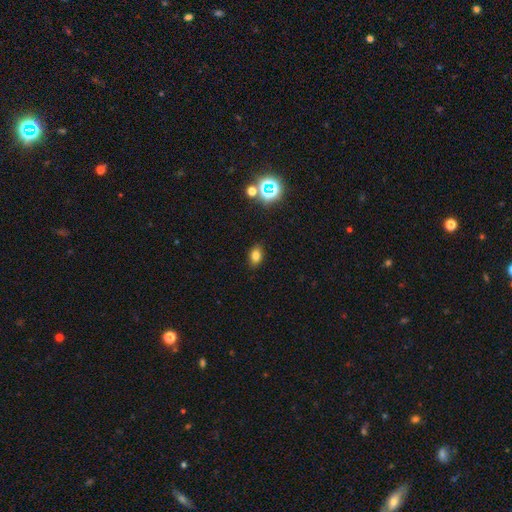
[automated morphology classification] The model was most divided on "how rounded": in between: 78%, round: 20%, cigar-shaped: 2%. More confident: merging — none (87%); smooth or featured — smooth (76%).